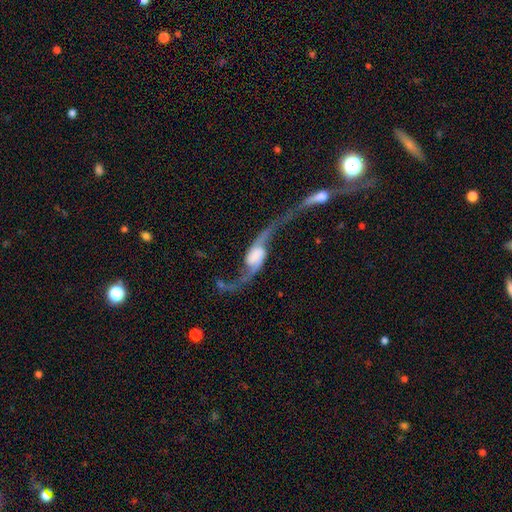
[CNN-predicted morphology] smooth_or_featured: featured or disk (p=0.86) [alt: smooth p=0.08]
disk_edge_on: no (p=0.92) [alt: yes p=0.08]
bar: no (p=0.48) [alt: weak p=0.32]
has_spiral_arms: yes (p=0.95) [alt: no p=0.05]
spiral_winding: loose (p=0.92) [alt: medium p=0.05]
spiral_arm_count: 2 (p=0.94) [alt: 1 p=0.02]
bulge_size: none (p=0.29) [alt: large p=0.26]
merging: none (p=0.43) [alt: major disturbance p=0.25]